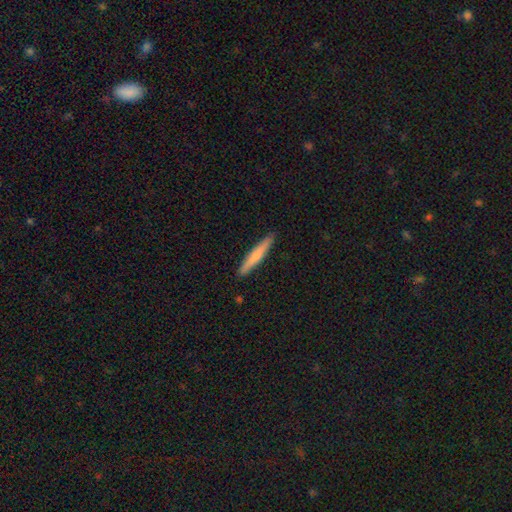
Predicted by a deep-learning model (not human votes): The model was most divided on "smooth or featured": smooth: 66%, featured or disk: 29%, star or artifact: 5%. More confident: how rounded — cigar-shaped (95%); merging — none (91%).